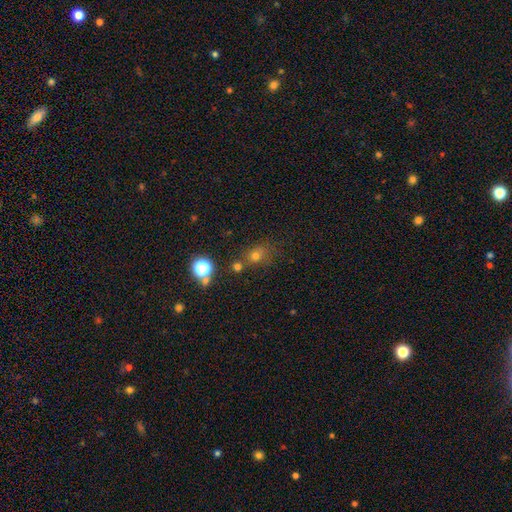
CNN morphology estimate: type=smooth (60%); roundness=round (66%); merging=none (59%).